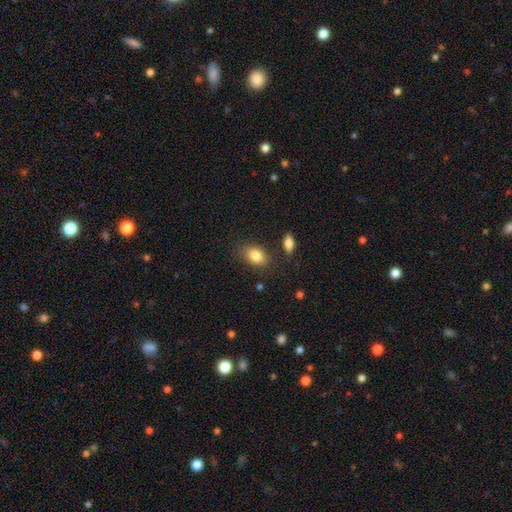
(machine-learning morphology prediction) A smooth galaxy with no disk features (84%) that is in between round and cigar-shaped (83%). Merging: none (79%).